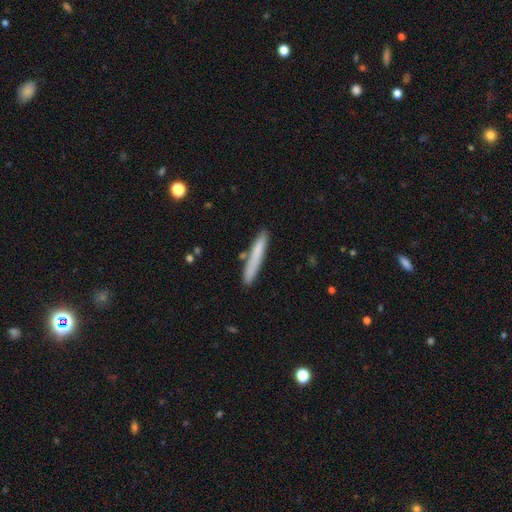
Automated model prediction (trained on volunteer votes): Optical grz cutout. It shows a smooth galaxy with no disk features (74%) that is cigar-shaped (95%). Merging: none (84%).